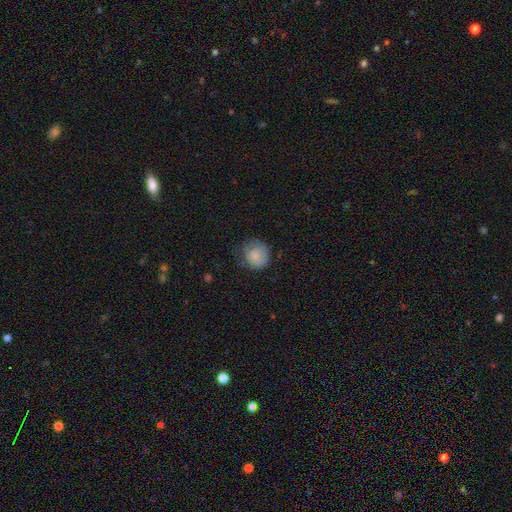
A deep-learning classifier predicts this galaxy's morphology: The model was most divided on "merging": none: 56%, minor disturbance: 30%, major disturbance: 13%, merger: 1%. More confident: how rounded — round (84%); smooth or featured — smooth (77%).